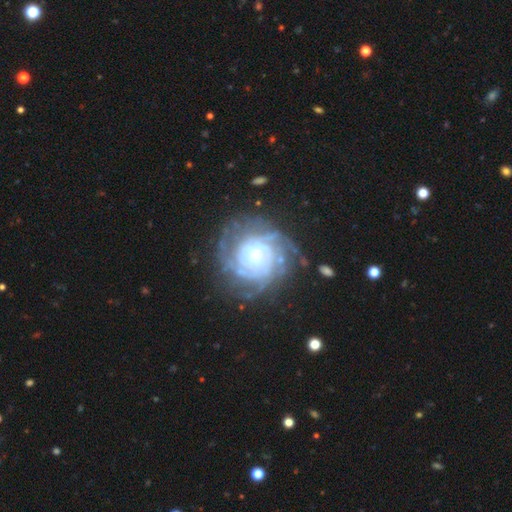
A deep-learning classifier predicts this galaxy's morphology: Smooth or featured: featured or disk — 84% (smooth — 9%)
Edge-on disk: no — 97% (yes — 3%)
Bar: no — 74% (weak — 20%)
Spiral arms: yes — 93% (no — 7%)
Spiral winding: tight — 73% (medium — 21%)
Spiral arm count: can't tell — 39% (4 — 16%)
Bulge size: small — 61% (moderate — 32%)
Merging: none — 71% (minor disturbance — 17%)